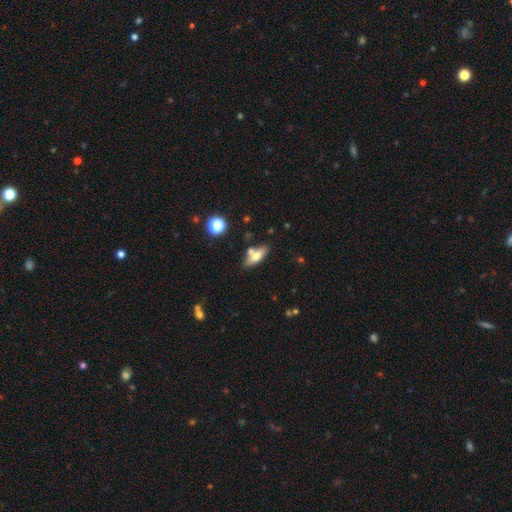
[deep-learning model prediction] This is possibly a smooth galaxy (54%). How rounded: possibly in between (58%). Merging: likely none (66%).